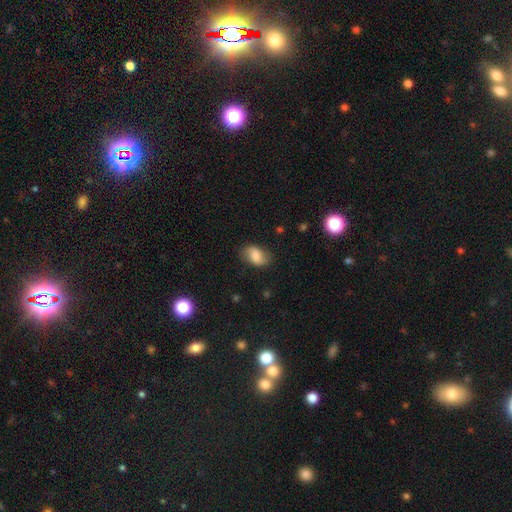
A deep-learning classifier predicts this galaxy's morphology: Smooth or featured? Predicted: smooth (p=0.67). How rounded? Predicted: in between (p=0.85). Merging? Predicted: none (p=0.76).